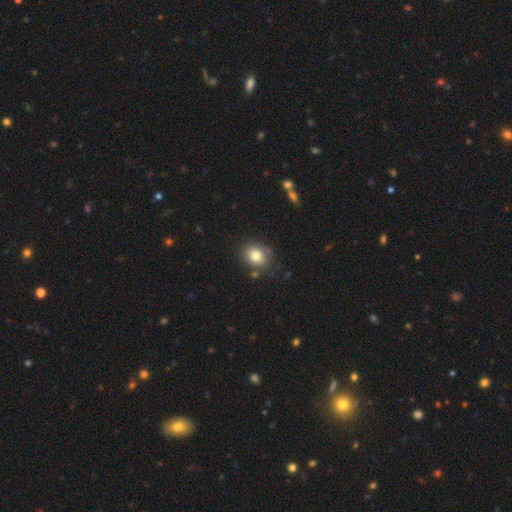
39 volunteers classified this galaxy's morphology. Smooth or featured? 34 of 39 (87%) said smooth. How rounded? 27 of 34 (79%) said round. Merging? 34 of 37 (92%) said none.